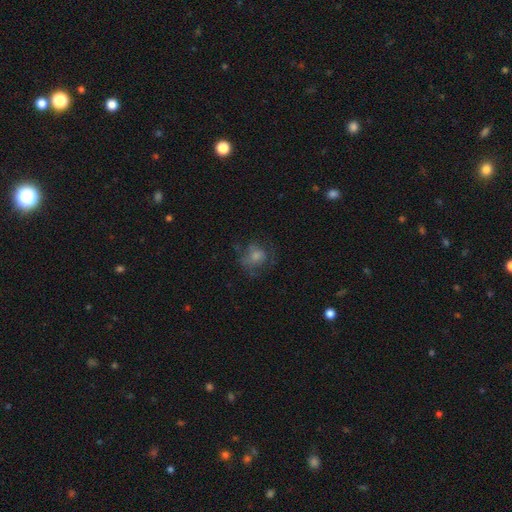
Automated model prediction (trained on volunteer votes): A smooth galaxy with no disk features (43%).

Vote fractions:
- Smooth or featured? smooth: 43% / featured or disk: 37% / star or artifact: 20%
- Merging? none: 60% / minor disturbance: 20% / major disturbance: 18% / merger: 2%